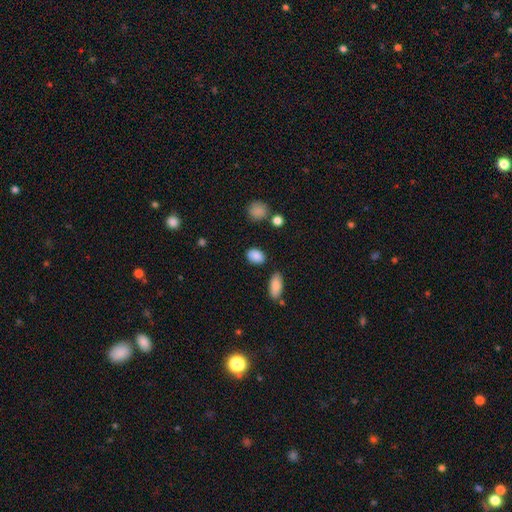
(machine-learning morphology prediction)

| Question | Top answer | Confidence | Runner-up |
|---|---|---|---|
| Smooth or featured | smooth | 86% | star or artifact (9%) |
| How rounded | in between | 77% | round (22%) |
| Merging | none | 80% | minor disturbance (13%) |